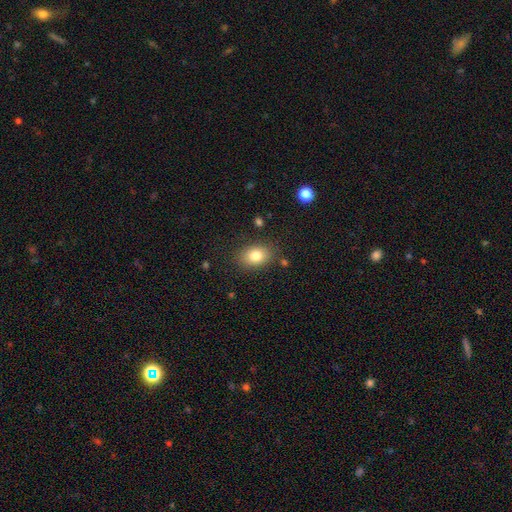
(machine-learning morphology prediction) Q: Smooth or featured?
A: smooth (81%); runner-up: featured or disk (10%)
Q: How rounded?
A: in between (74%); runner-up: round (25%)
Q: Merging?
A: none (83%); runner-up: minor disturbance (11%)